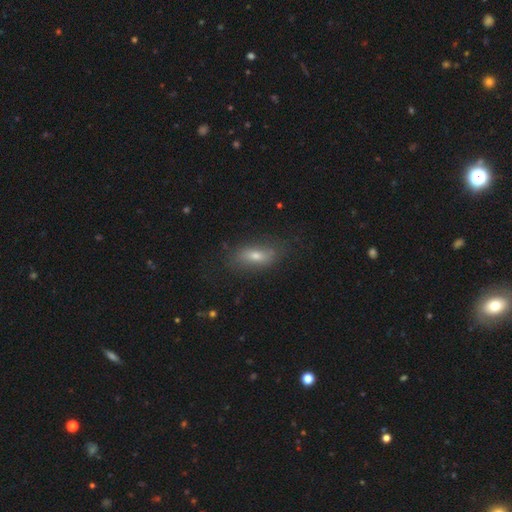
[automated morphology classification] Smooth or featured?
  - smooth: 60% *
  - featured or disk: 28%
  - star or artifact: 12%
How rounded?
  - in between: 74% *
  - cigar-shaped: 20%
  - round: 6%
Merging?
  - none: 73% *
  - minor disturbance: 18%
  - major disturbance: 7%
  - merger: 2%